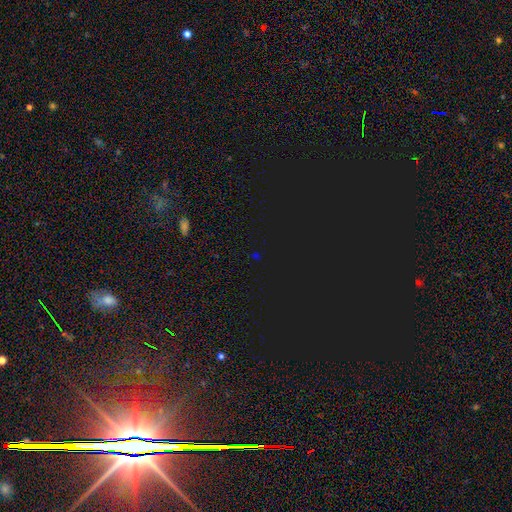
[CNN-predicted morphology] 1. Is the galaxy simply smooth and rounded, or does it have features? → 74% star or artifact, 20% smooth, 6% featured or disk.